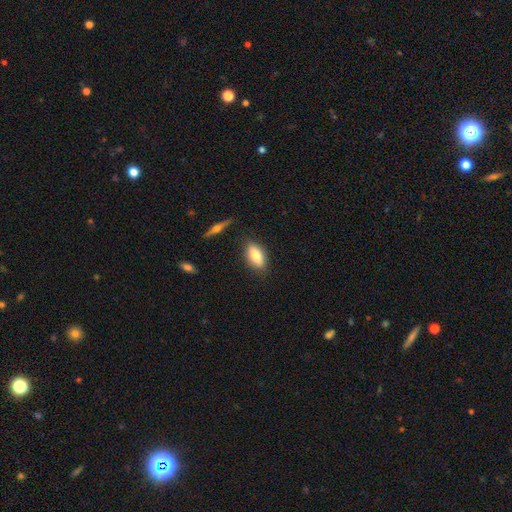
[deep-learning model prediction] Smooth or featured?
  - smooth: 73% *
  - featured or disk: 20%
  - star or artifact: 7%
How rounded?
  - in between: 85% *
  - cigar-shaped: 11%
  - round: 4%
Merging?
  - none: 82% *
  - minor disturbance: 12%
  - merger: 3%
  - major disturbance: 3%